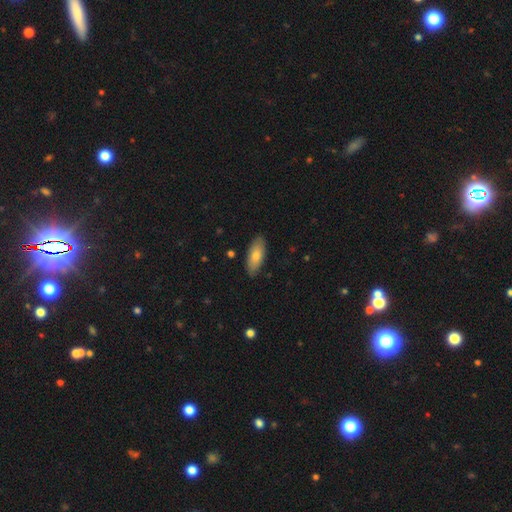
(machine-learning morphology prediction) A smooth galaxy with no disk features (76%) that is in between round and cigar-shaped (78%). Merging: none (87%).